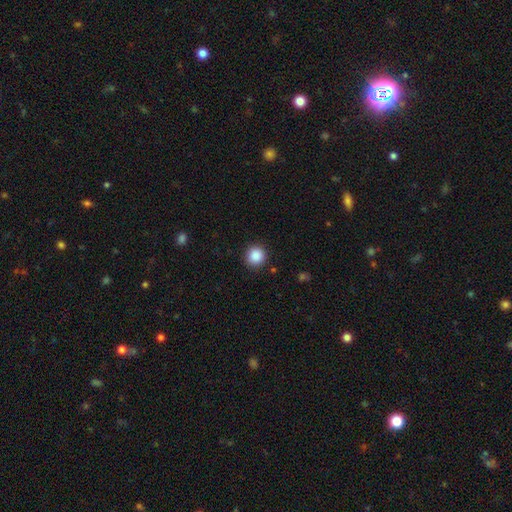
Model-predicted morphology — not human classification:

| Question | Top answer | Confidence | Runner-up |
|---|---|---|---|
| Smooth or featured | smooth | 88% | star or artifact (9%) |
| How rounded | round | 93% | in between (6%) |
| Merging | none | 90% | minor disturbance (6%) |